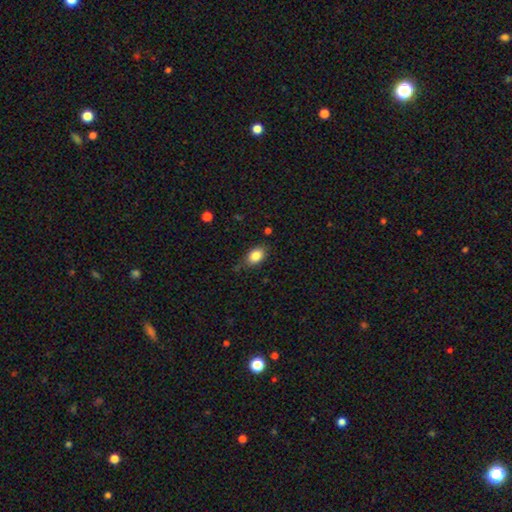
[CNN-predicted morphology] The model was most divided on "merging": none: 74%, minor disturbance: 20%, major disturbance: 4%, merger: 2%. More confident: smooth or featured — smooth (85%); how rounded — in between (83%).